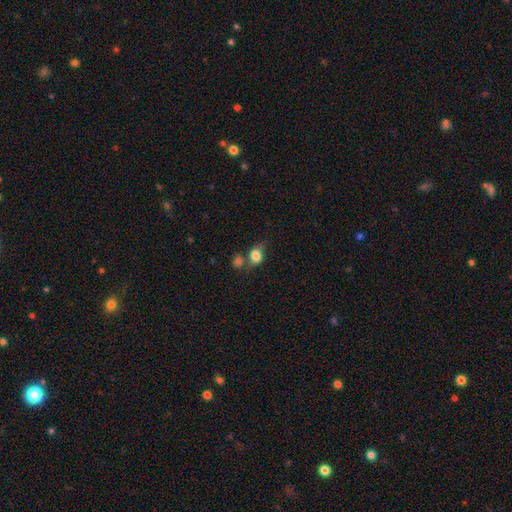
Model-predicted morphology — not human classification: Smooth or featured? Predicted: smooth (p=0.78). How rounded? Predicted: in between (p=0.53). Merging? Predicted: none (p=0.38).